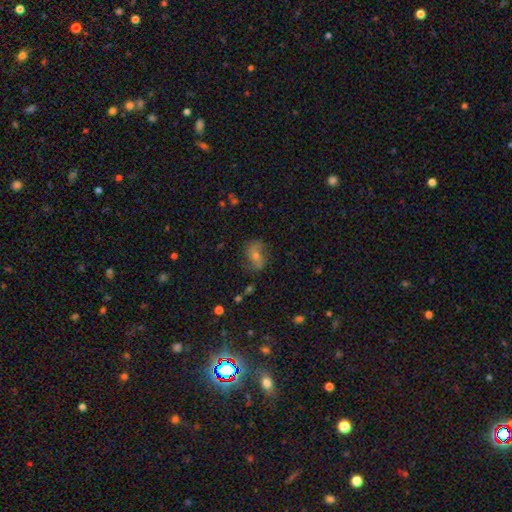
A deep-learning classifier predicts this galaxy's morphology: Smooth or featured? featured or disk (42%)
Merging? none (73%)